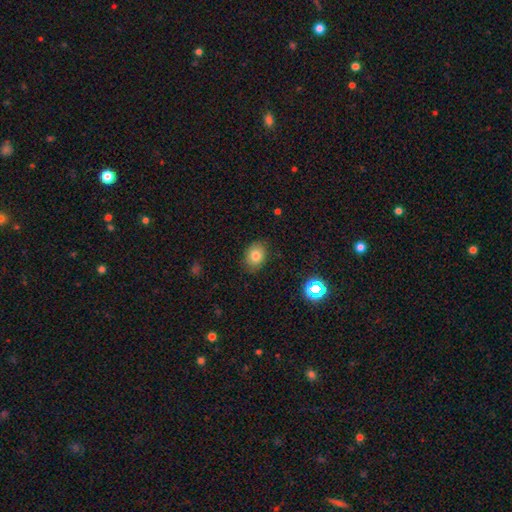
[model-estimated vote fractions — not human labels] A smooth galaxy with no disk features (78%) that is in between round and cigar-shaped (64%).

Vote fractions:
- Smooth or featured? smooth: 78% / star or artifact: 11% / featured or disk: 10%
- How rounded? in between: 64% / round: 35% / cigar-shaped: 1%
- Merging? none: 84% / minor disturbance: 12% / major disturbance: 3% / merger: 1%